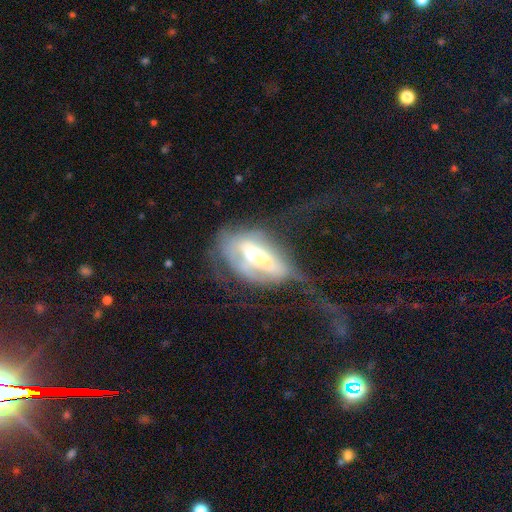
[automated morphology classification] Smooth or featured? featured or disk (62%)
Edge-on disk? no (87%)
Bar? no (44%)
Spiral arms? no (68%)
Bulge size? moderate (50%)
Merging? major disturbance (51%)